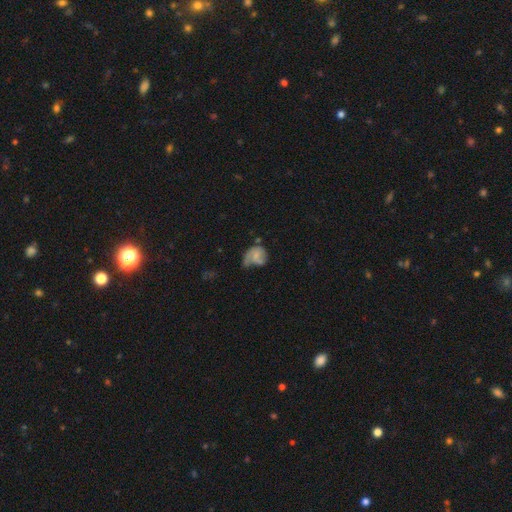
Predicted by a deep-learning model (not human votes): This is possibly a smooth galaxy (47%). Merging: marginally major disturbance (33%).